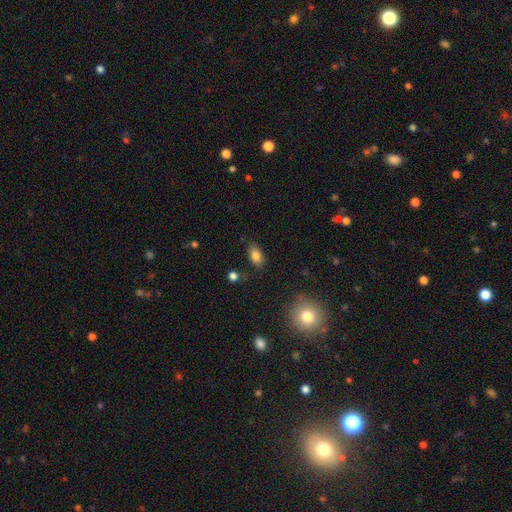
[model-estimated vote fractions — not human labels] smooth_or_featured: smooth (p=0.83) [alt: star or artifact p=0.10]
how_rounded: in between (p=0.88) [alt: round p=0.09]
merging: none (p=0.81) [alt: minor disturbance p=0.13]